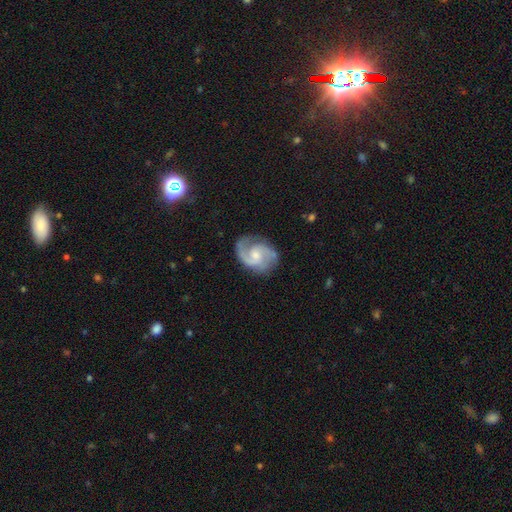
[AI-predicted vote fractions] Smooth or featured: featured or disk — 89% (smooth — 7%)
Edge-on disk: no — 98% (yes — 2%)
Bar: no — 49% (weak — 44%)
Spiral arms: yes — 98% (no — 2%)
Spiral winding: medium — 58% (tight — 27%)
Spiral arm count: 2 — 88% (can't tell — 3%)
Bulge size: moderate — 48% (small — 39%)
Merging: none — 77% (minor disturbance — 16%)